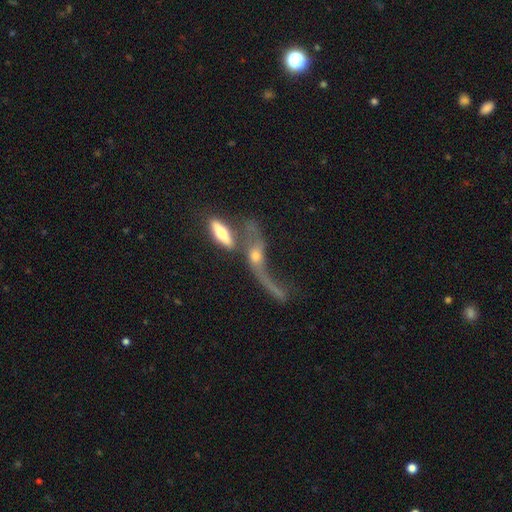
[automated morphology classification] smooth_or_featured: featured or disk (p=0.60) [alt: smooth p=0.30]
disk_edge_on: no (p=0.70) [alt: yes p=0.30]
merging: merger (p=0.51) [alt: major disturbance p=0.26]